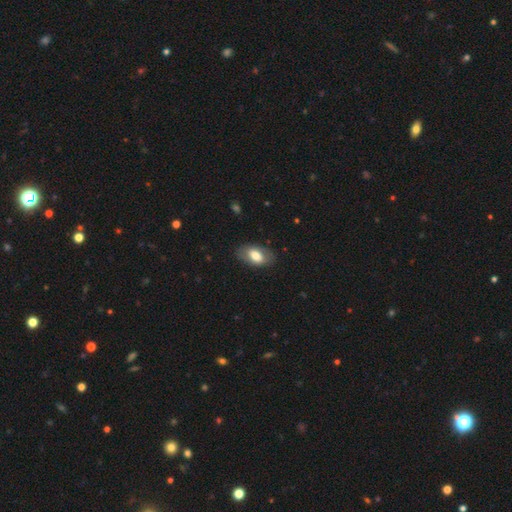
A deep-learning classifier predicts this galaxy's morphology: Smooth or featured? Predicted: smooth (p=0.71). How rounded? Predicted: in between (p=0.92). Merging? Predicted: none (p=0.81).